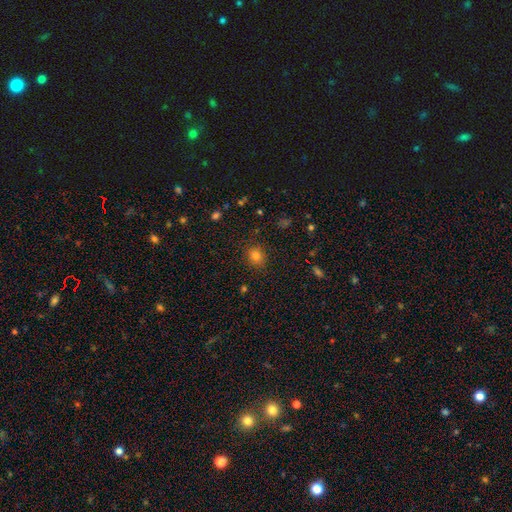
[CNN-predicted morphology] The model was most divided on "how rounded": round: 70%, in between: 29%, cigar-shaped: 1%. More confident: merging — none (86%); smooth or featured — smooth (79%).